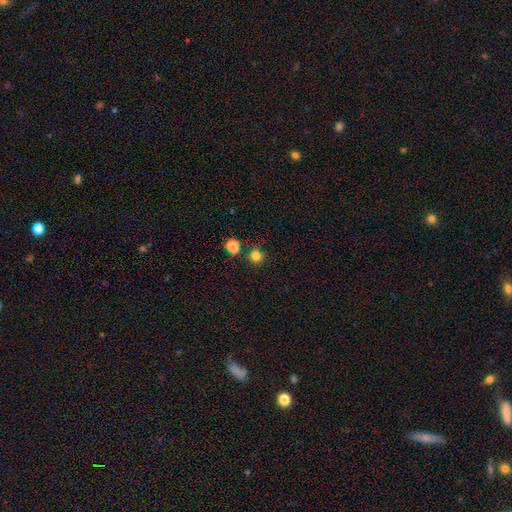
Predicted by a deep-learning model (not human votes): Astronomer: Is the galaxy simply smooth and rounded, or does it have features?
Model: smooth — 80%.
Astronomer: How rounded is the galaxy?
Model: round — 94%.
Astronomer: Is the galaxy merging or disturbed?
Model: none — 84%.